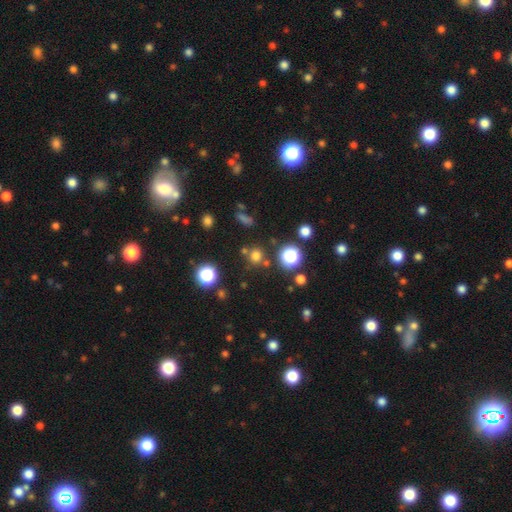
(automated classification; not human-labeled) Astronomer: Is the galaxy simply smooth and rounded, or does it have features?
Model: smooth — 69%.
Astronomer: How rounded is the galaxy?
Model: round — 87%.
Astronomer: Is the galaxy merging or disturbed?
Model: none — 76%.